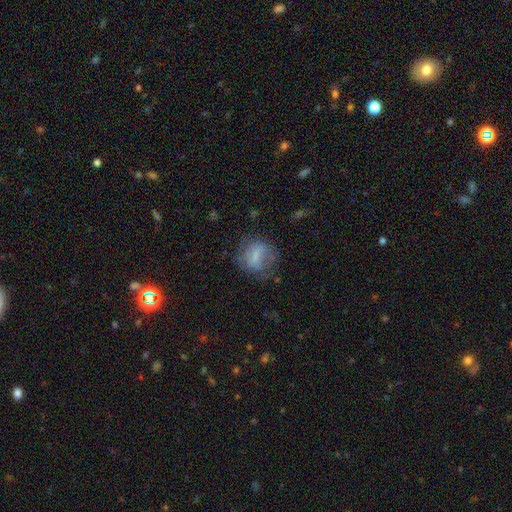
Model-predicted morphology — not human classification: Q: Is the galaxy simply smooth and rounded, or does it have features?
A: smooth — 58%.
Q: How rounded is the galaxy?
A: round — 64%.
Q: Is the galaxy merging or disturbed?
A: none — 58%.